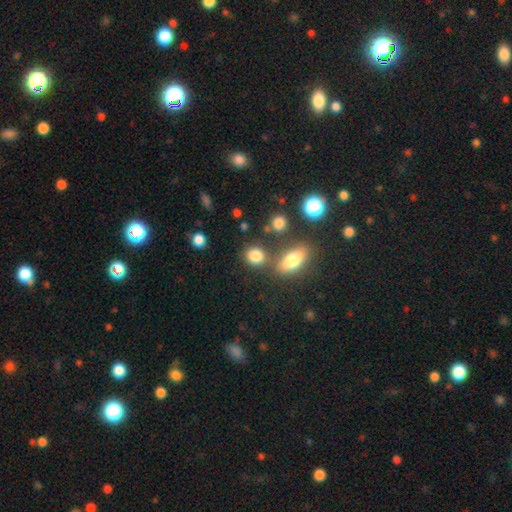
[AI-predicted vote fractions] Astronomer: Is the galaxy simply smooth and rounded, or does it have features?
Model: smooth — 81%.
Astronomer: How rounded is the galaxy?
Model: round — 63%.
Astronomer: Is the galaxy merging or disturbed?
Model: none — 63%.